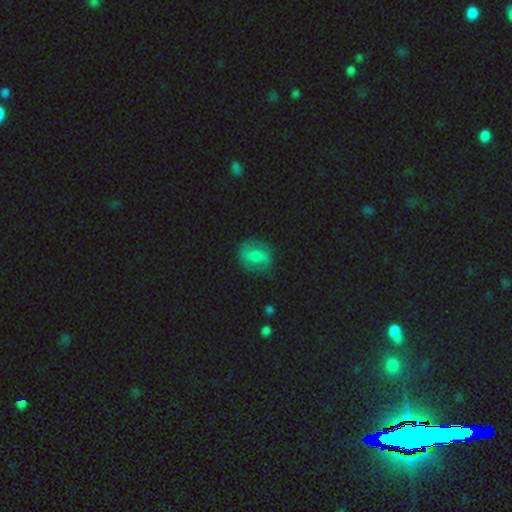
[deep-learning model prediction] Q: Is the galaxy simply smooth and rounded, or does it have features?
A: smooth — 49%.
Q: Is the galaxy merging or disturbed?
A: none — 74%.